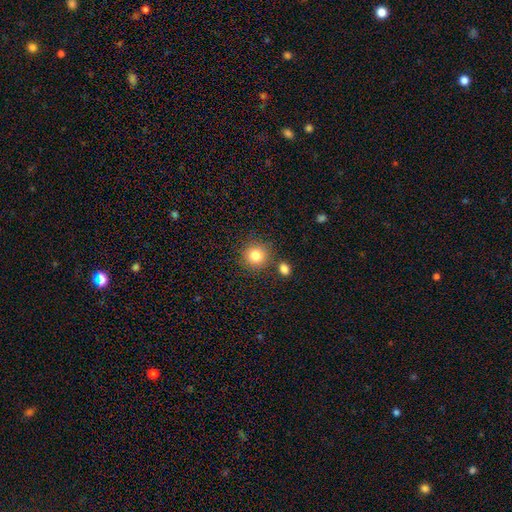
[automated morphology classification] smooth 82%, star or artifact 11%, featured or disk 7%. Down the decision tree: how rounded — round (92%); merging — none (80%).